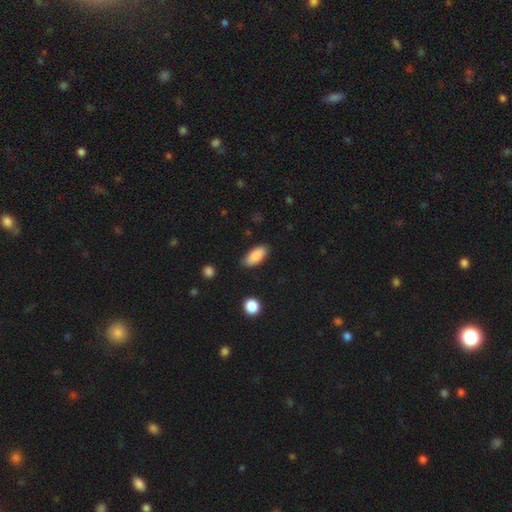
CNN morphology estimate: smooth_or_featured: smooth (p=0.88) [alt: star or artifact p=0.07]
how_rounded: in between (p=0.86) [alt: cigar-shaped p=0.12]
merging: none (p=0.84) [alt: minor disturbance p=0.12]